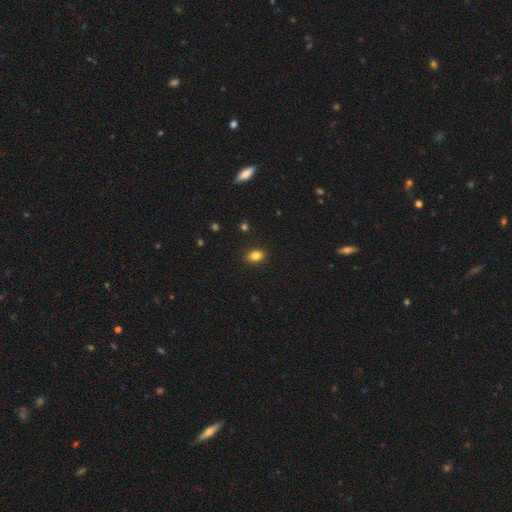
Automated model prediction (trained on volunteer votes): smooth 84%, star or artifact 10%, featured or disk 6%. Down the decision tree: how rounded — in between (76%); merging — none (89%).